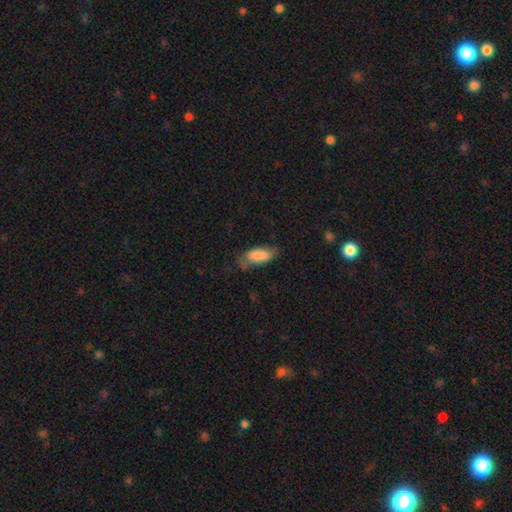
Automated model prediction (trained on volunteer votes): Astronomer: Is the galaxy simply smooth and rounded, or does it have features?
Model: smooth — 77%.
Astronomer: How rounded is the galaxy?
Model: in between — 78%.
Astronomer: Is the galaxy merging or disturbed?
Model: none — 57%.